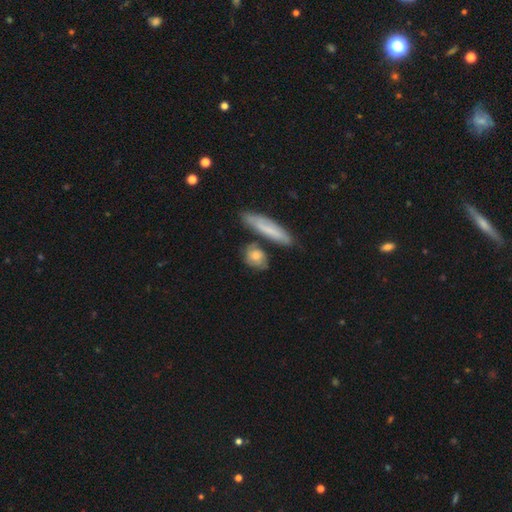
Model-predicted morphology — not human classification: Smooth or featured: smooth — 68% (featured or disk — 26%)
How rounded: in between — 48% (round — 30%)
Merging: none — 61% (minor disturbance — 19%)